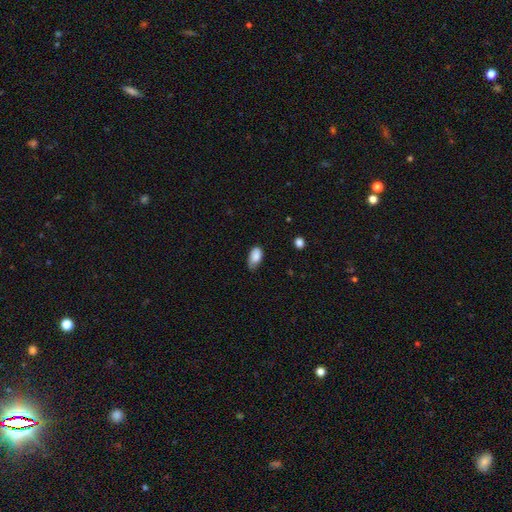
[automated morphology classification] type=smooth (84%); roundness=in between (93%); merging=none (53%).